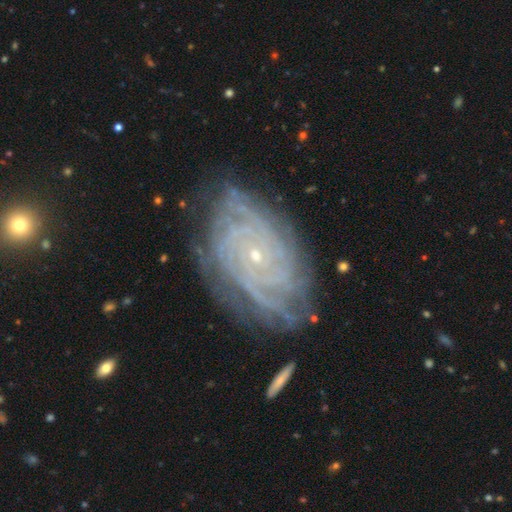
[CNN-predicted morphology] featured or disk 88%, star or artifact 7%, smooth 6%. Down the decision tree: edge-on disk — no (96%); bar — no (80%); spiral arms — yes (97%); spiral arm count — more than 4 (26%); spiral winding — tight (81%); bulge size — small (87%); merging — none (75%).